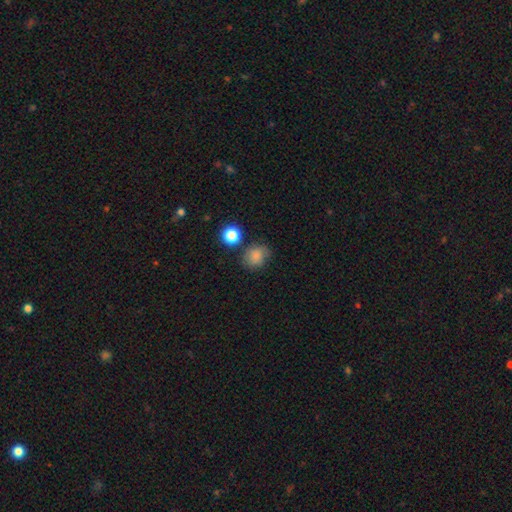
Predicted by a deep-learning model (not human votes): smooth 81%, star or artifact 12%, featured or disk 6%. Down the decision tree: how rounded — round (67%); merging — none (69%).